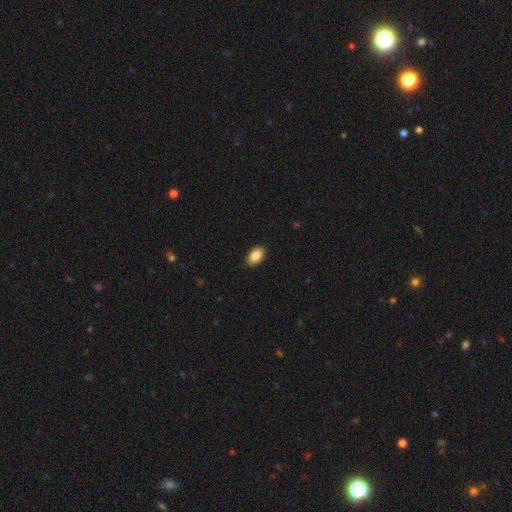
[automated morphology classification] smooth_or_featured: smooth (p=0.89) [alt: star or artifact p=0.07]
how_rounded: in between (p=0.93) [alt: round p=0.05]
merging: none (p=0.89) [alt: minor disturbance p=0.09]